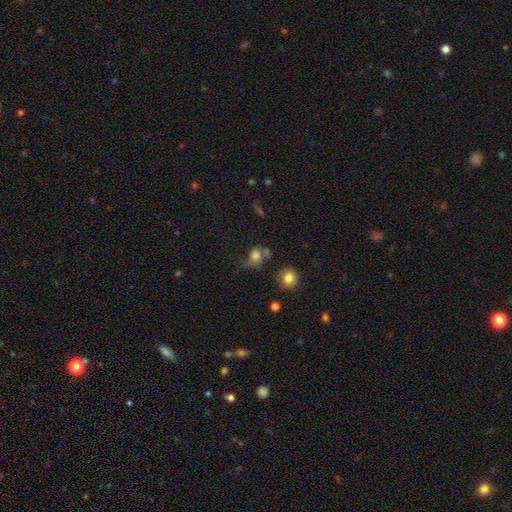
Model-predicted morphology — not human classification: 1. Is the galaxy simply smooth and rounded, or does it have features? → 76% smooth, 13% star or artifact, 11% featured or disk.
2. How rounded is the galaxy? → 58% round, 41% in between, 2% cigar-shaped.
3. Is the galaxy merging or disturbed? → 39% none, 24% minor disturbance, 24% major disturbance, 13% merger.